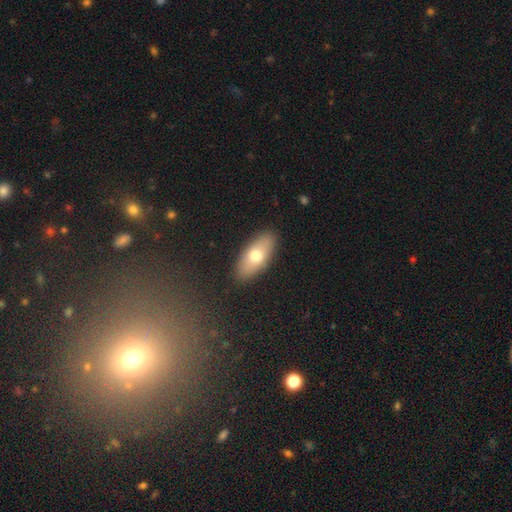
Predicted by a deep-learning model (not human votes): Overall: smooth (69%). How rounded: in between (83%). Merging: none (88%).